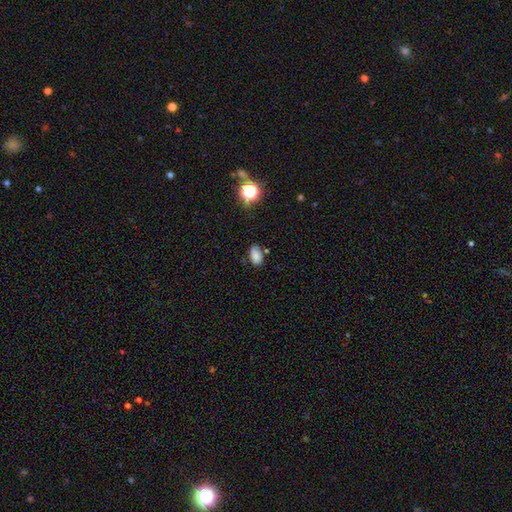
This is clearly a smooth galaxy (82%). How rounded: clearly in between (88%). Merging: likely none (71%).